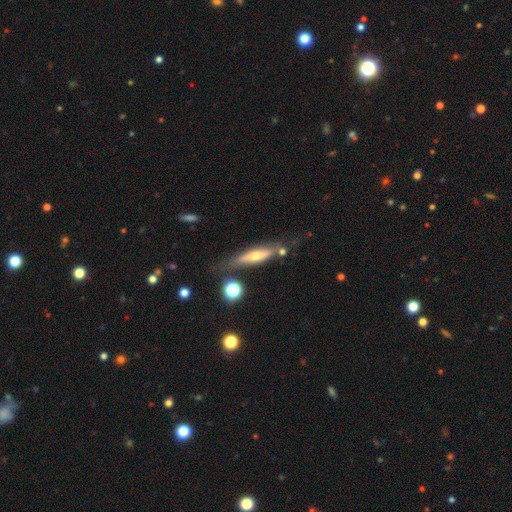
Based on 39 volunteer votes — This is likely a featured or disk galaxy (62%). It is clearly viewed edge-on (96%). Edge-on bulge: clearly rounded (83%). Merging: likely none (68%).